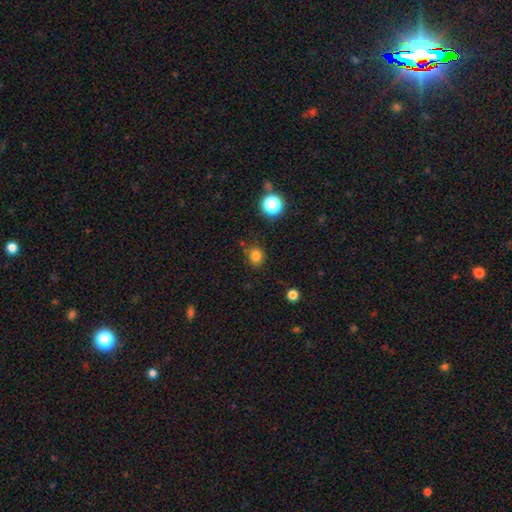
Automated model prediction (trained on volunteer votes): Morphology: type=smooth (80%); roundness=round (71%); merging=none (80%).